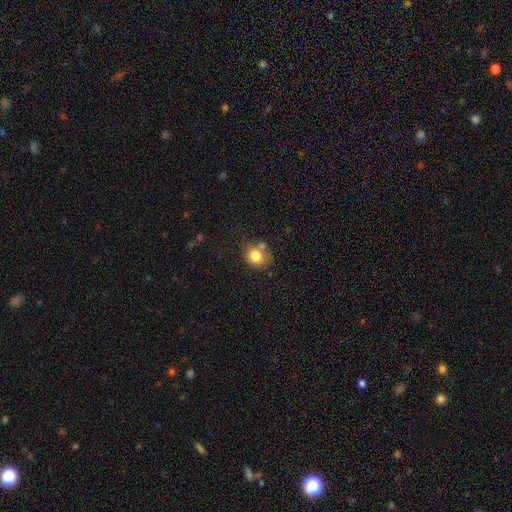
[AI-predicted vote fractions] This is likely a smooth galaxy (80%). How rounded: likely round (74%). Merging: possibly none (54%).